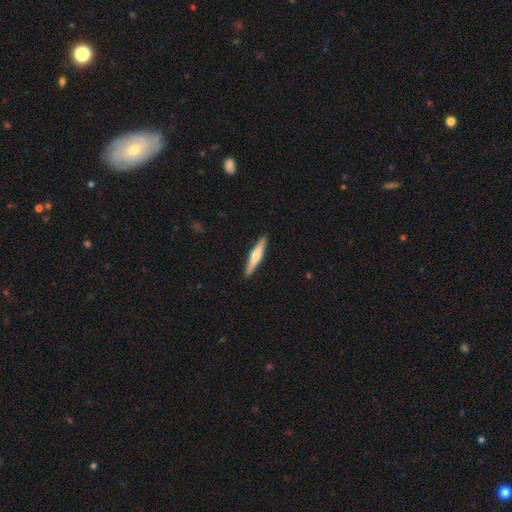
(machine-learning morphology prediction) smooth-or-featured: featured or disk: 50% | smooth: 45% | star or artifact: 5%
  merging: none: 91% | minor disturbance: 6% | major disturbance: 1% | merger: 1%